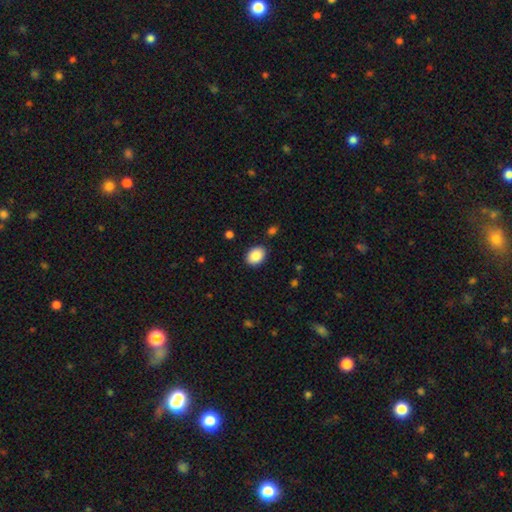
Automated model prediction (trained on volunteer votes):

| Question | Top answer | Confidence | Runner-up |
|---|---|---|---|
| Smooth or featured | smooth | 89% | star or artifact (7%) |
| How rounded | in between | 68% | round (31%) |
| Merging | none | 87% | minor disturbance (9%) |